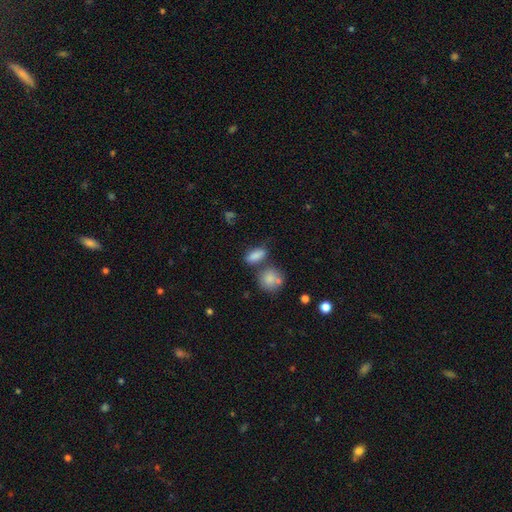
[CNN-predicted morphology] Overall: smooth (83%). How rounded: in between (75%). Merging: none (57%; merger 20%).